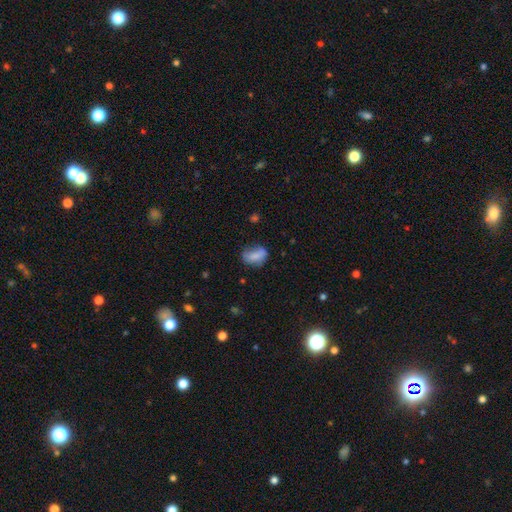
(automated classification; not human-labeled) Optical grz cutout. It shows a smooth galaxy with no disk features (75%) that is in between round and cigar-shaped (83%). Merging: none (51%).